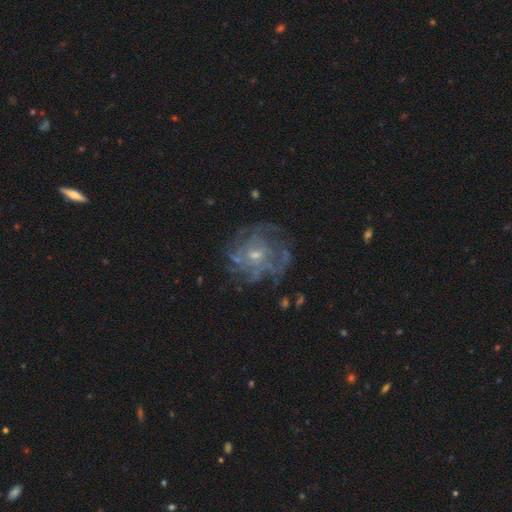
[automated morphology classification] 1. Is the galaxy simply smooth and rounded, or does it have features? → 79% featured or disk, 11% smooth, 10% star or artifact.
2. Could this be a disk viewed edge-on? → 98% no, 2% yes.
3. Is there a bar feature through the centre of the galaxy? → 64% no, 32% weak, 4% strong.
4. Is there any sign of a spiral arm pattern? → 79% yes, 21% no.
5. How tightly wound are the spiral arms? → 49% tight, 35% medium, 16% loose.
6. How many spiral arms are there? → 48% can't tell, 17% 4, 12% more than 4, 10% 3, 7% 2, 5% 1.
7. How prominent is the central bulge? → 59% small, 35% moderate, 4% none, 2% large, 1% dominant.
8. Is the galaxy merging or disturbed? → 65% none, 17% minor disturbance, 16% major disturbance, 2% merger.